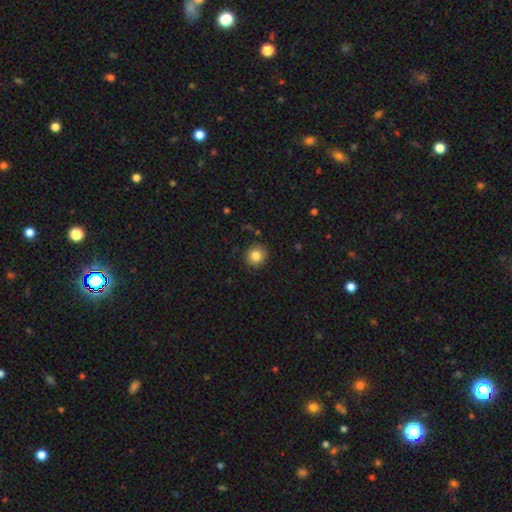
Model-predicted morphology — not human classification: Smooth or featured? smooth (83%)
How rounded? round (89%)
Merging? none (89%)